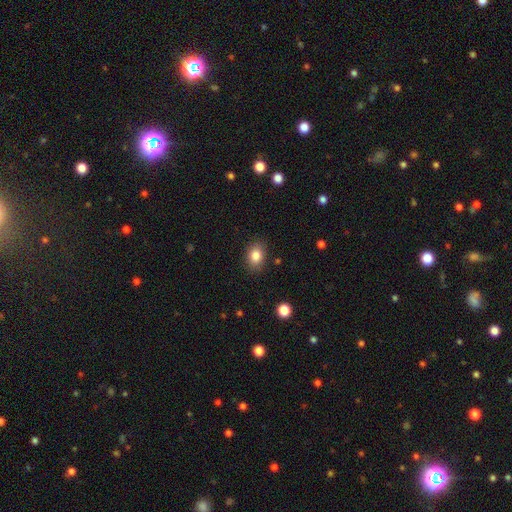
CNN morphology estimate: smooth-or-featured: smooth: 84% | star or artifact: 9% | featured or disk: 7%
  how-rounded: in between: 66% | round: 33% | cigar-shaped: 1%
  merging: none: 86% | minor disturbance: 11% | major disturbance: 3% | merger: 1%